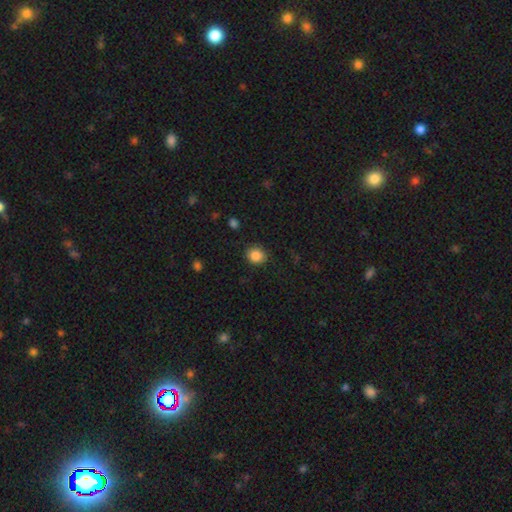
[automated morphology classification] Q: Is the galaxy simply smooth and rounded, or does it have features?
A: smooth — 86%.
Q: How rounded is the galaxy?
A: round — 76%.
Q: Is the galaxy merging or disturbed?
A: none — 87%.